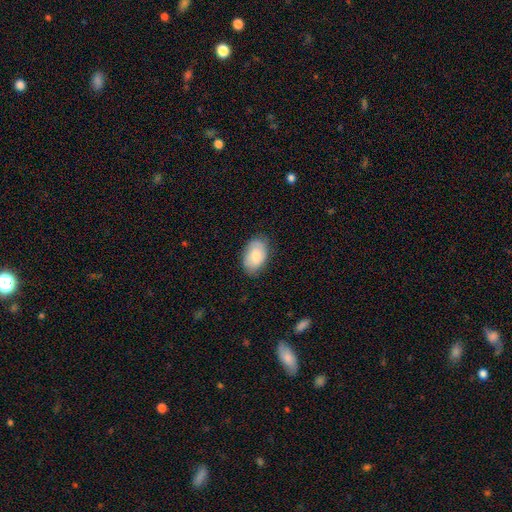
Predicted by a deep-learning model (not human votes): smooth_or_featured: smooth (p=0.76) [alt: featured or disk p=0.18]
how_rounded: in between (p=0.91) [alt: round p=0.08]
merging: none (p=0.80) [alt: minor disturbance p=0.16]